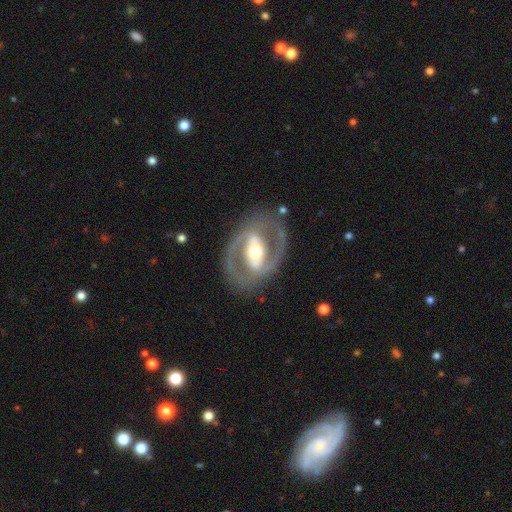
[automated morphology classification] featured or disk 85%, smooth 11%, star or artifact 4%. Down the decision tree: edge-on disk — no (96%); bar — strong (48%); spiral arms — yes (77%); spiral arm count — 2 (87%); spiral winding — medium (50%); bulge size — moderate (65%); merging — none (81%).